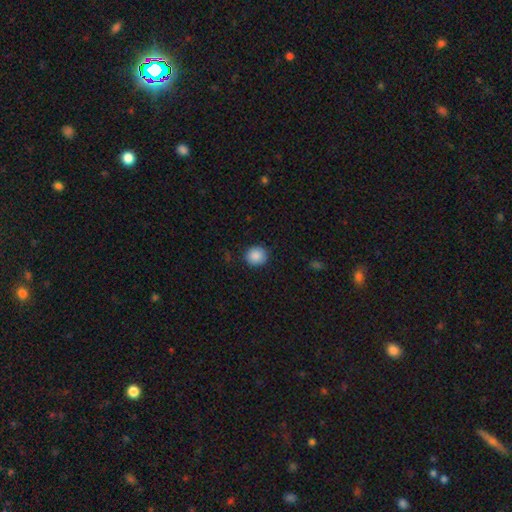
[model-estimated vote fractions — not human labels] Morphology: type=smooth (88%); roundness=round (87%); merging=none (89%).